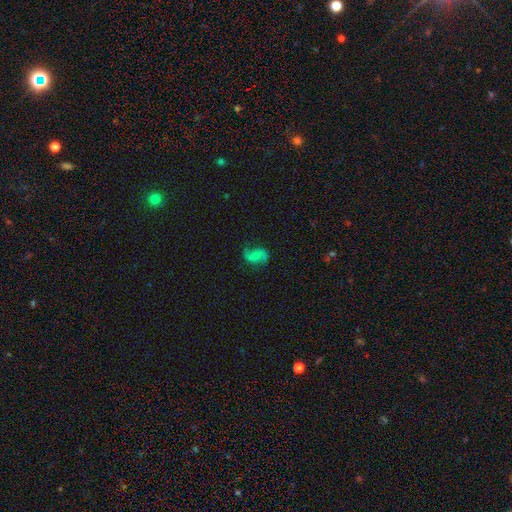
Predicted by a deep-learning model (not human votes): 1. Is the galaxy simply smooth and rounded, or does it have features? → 74% featured or disk, 18% smooth, 8% star or artifact.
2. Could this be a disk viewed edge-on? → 98% no, 2% yes.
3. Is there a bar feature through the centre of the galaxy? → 57% no, 33% weak, 9% strong.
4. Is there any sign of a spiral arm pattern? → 94% yes, 6% no.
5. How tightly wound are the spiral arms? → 59% loose, 33% medium, 8% tight.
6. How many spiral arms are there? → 90% 2, 3% 1, 3% can't tell, 1% 3, 1% 4, 1% more than 4.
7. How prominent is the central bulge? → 54% small, 28% moderate, 14% none, 2% large, 1% dominant.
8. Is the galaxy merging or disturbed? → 71% none, 18% minor disturbance, 9% major disturbance, 2% merger.